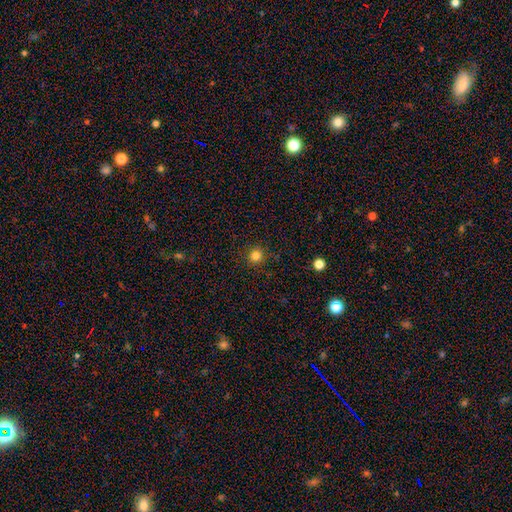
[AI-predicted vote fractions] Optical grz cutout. It shows a smooth galaxy with no disk features (82%) that is round (93%). Merging: none (91%).